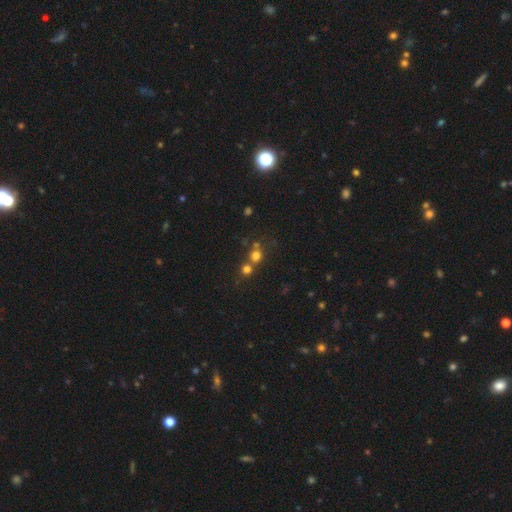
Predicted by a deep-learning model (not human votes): smooth_or_featured: smooth (p=0.69) [alt: star or artifact p=0.21]
how_rounded: round (p=0.88) [alt: in between p=0.11]
merging: none (p=0.49) [alt: merger p=0.41]